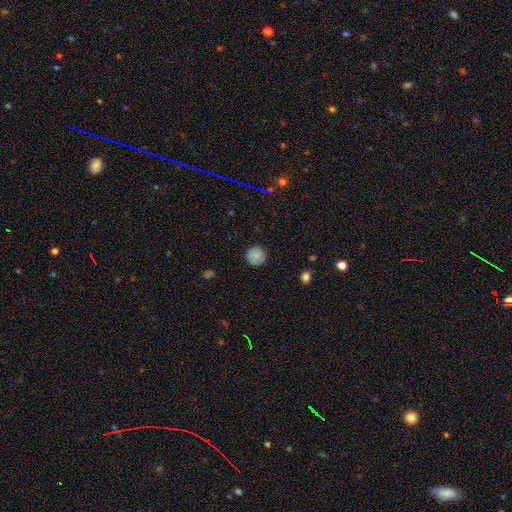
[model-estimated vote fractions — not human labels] Smooth or featured?
  - smooth: 85% *
  - star or artifact: 9%
  - featured or disk: 7%
How rounded?
  - round: 95% *
  - in between: 4%
  - cigar-shaped: 1%
Merging?
  - none: 90% *
  - minor disturbance: 7%
  - major disturbance: 2%
  - merger: 1%